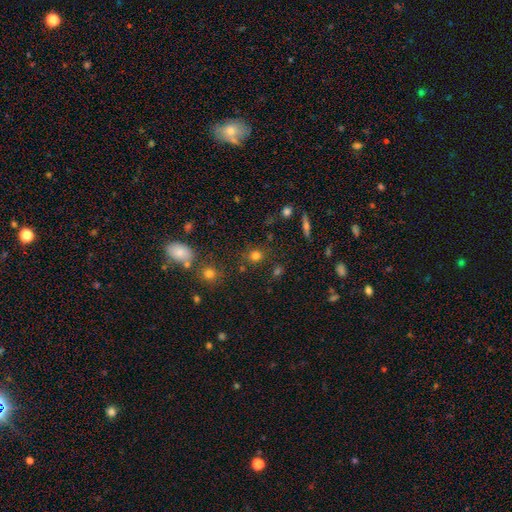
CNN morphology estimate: type=smooth (76%); roundness=round (82%); merging=none (81%).